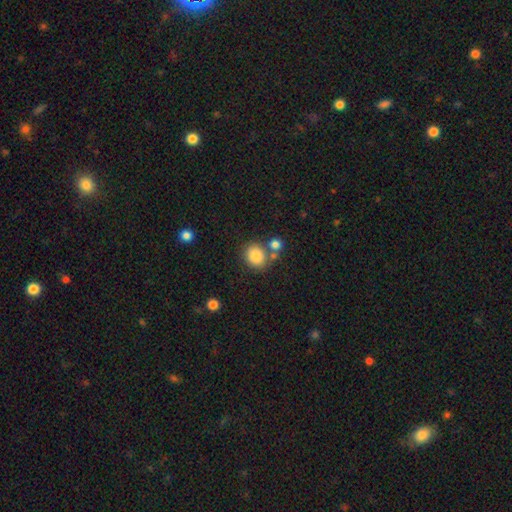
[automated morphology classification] The model was most divided on "how rounded": round: 68%, in between: 31%, cigar-shaped: 1%. More confident: smooth or featured — smooth (85%); merging — none (66%).